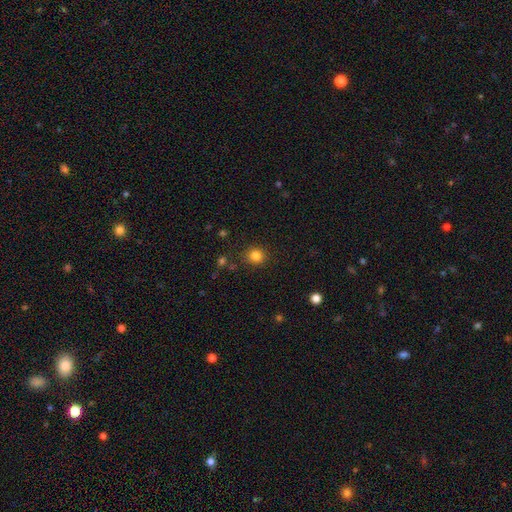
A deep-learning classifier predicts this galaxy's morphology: This appears to be a smooth galaxy with no disk features (83%) that is round (88%). Merging: none (88%).